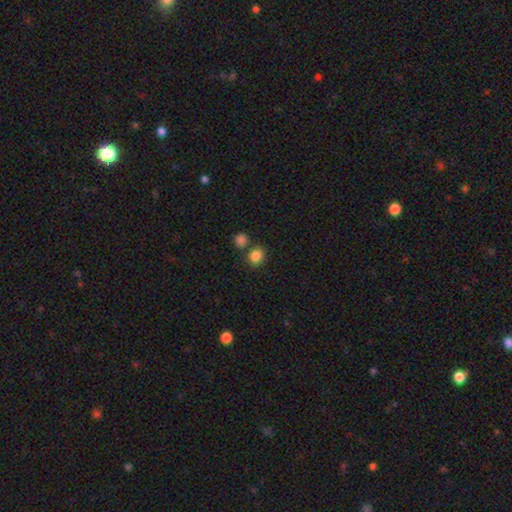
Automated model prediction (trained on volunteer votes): This is clearly a smooth galaxy (85%). How rounded: clearly round (80%). Merging: likely none (69%).